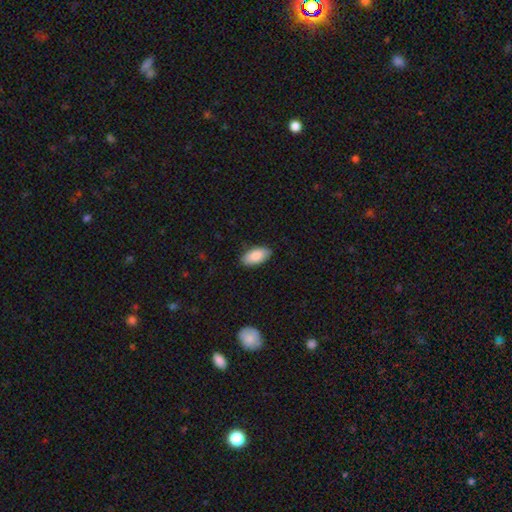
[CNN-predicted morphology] smooth_or_featured: smooth (p=0.87) [alt: featured or disk p=0.07]
how_rounded: in between (p=0.94) [alt: cigar-shaped p=0.04]
merging: none (p=0.87) [alt: minor disturbance p=0.10]